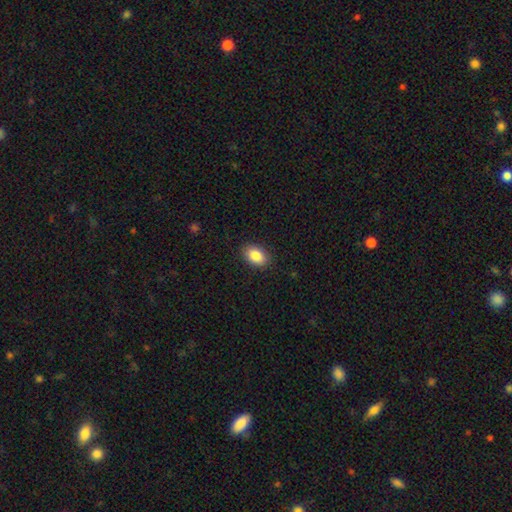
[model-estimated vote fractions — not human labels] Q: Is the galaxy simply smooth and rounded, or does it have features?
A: smooth — 87%.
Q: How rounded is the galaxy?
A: in between — 88%.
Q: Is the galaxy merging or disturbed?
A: none — 89%.